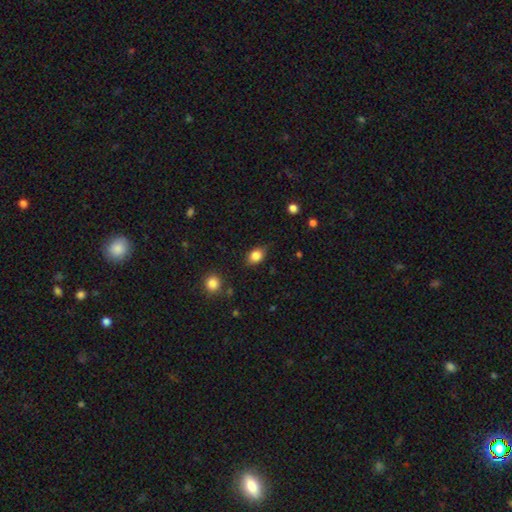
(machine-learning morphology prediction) Overall: smooth (83%). How rounded: in between (70%). Merging: none (79%).